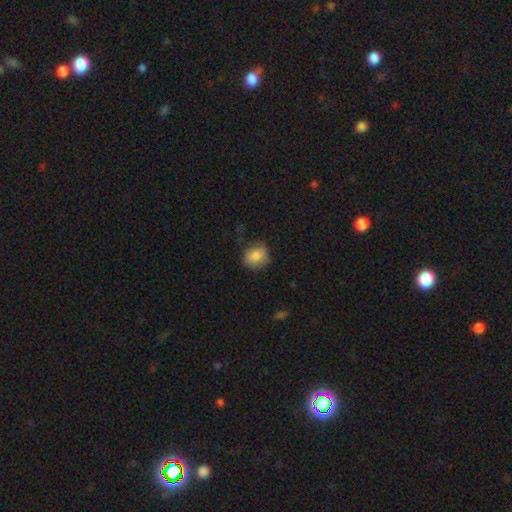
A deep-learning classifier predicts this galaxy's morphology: Smooth or featured? Predicted: smooth (p=0.84). How rounded? Predicted: round (p=0.62). Merging? Predicted: none (p=0.76).